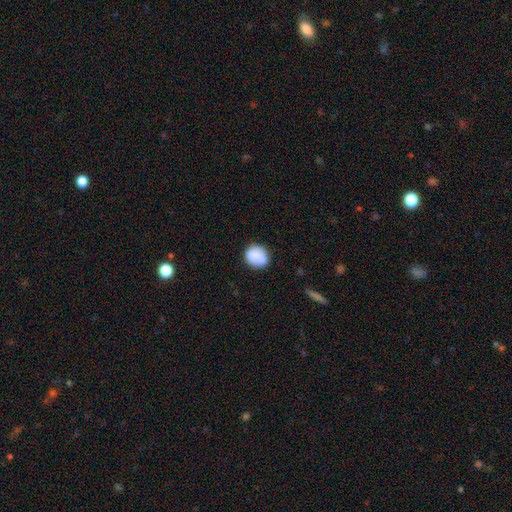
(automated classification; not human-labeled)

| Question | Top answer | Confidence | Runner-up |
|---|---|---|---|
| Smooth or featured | smooth | 82% | featured or disk (10%) |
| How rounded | round | 77% | in between (22%) |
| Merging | none | 70% | minor disturbance (19%) |